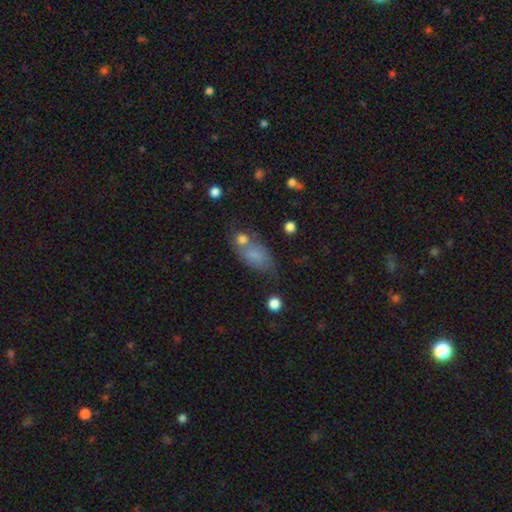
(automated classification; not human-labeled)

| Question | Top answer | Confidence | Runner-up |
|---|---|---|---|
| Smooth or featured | smooth | 74% | featured or disk (16%) |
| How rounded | in between | 85% | round (9%) |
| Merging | none | 42% | minor disturbance (23%) |